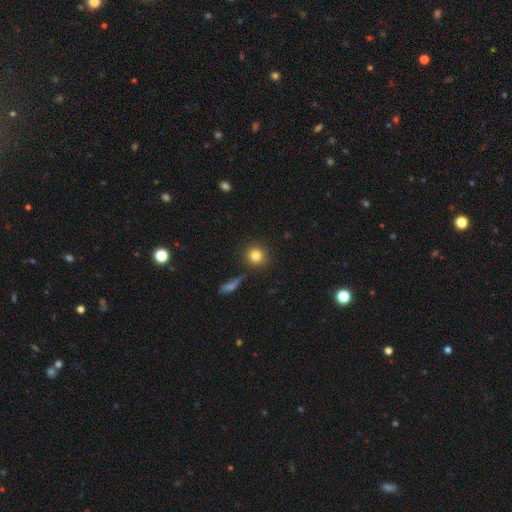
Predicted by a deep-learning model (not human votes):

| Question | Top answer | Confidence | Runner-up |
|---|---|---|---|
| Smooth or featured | smooth | 82% | star or artifact (11%) |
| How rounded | round | 92% | in between (7%) |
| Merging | none | 86% | minor disturbance (7%) |